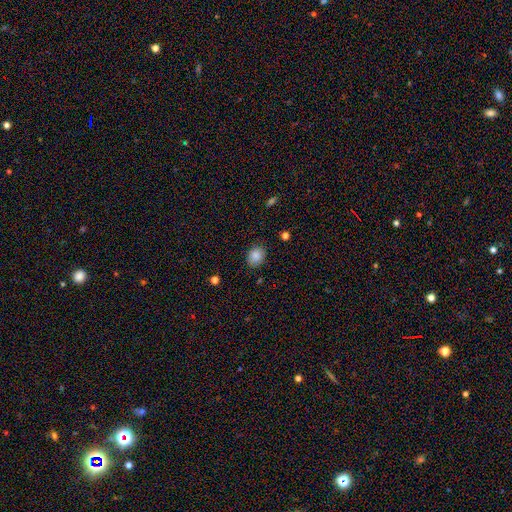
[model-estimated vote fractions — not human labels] smooth-or-featured: smooth: 86% | star or artifact: 9% | featured or disk: 5%
  how-rounded: round: 52% | in between: 47% | cigar-shaped: 1%
  merging: none: 86% | minor disturbance: 11% | major disturbance: 2% | merger: 1%